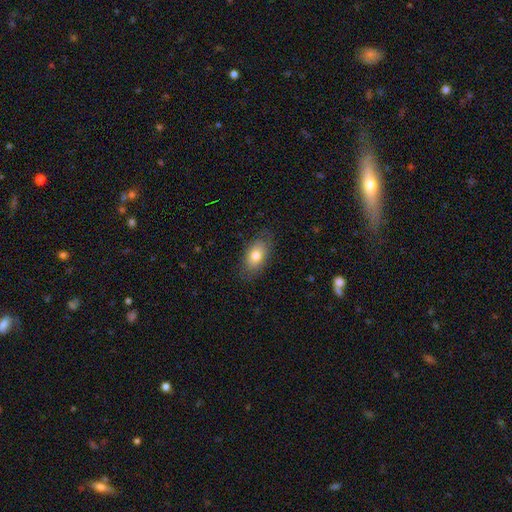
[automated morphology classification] Smooth or featured?
  - smooth: 76% *
  - featured or disk: 16%
  - star or artifact: 7%
How rounded?
  - in between: 90% *
  - round: 7%
  - cigar-shaped: 3%
Merging?
  - none: 80% *
  - minor disturbance: 15%
  - major disturbance: 4%
  - merger: 1%